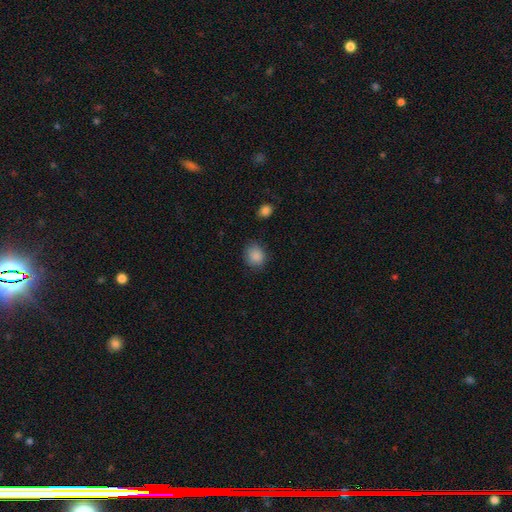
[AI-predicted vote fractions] smooth_or_featured: smooth (p=0.88) [alt: star or artifact p=0.09]
how_rounded: round (p=0.75) [alt: in between p=0.24]
merging: none (p=0.79) [alt: minor disturbance p=0.16]